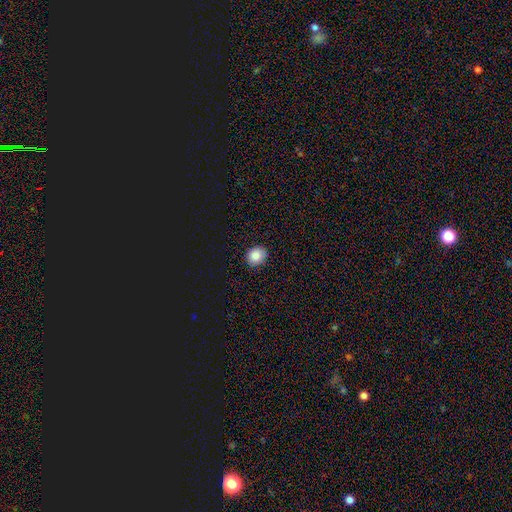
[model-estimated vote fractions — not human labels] Smooth or featured?
  - smooth: 86% *
  - star or artifact: 9%
  - featured or disk: 5%
How rounded?
  - round: 75% *
  - in between: 24%
  - cigar-shaped: 1%
Merging?
  - none: 88% *
  - minor disturbance: 10%
  - major disturbance: 2%
  - merger: 1%